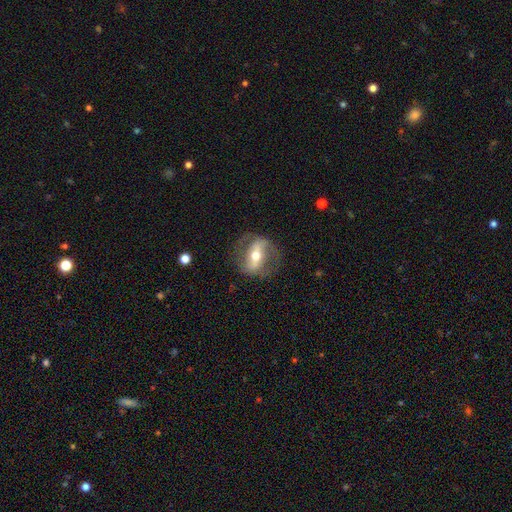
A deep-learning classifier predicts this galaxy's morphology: This is likely a featured or disk galaxy (72%). It is clearly not viewed edge-on (85%). Bar: possibly strong (59%). Spiral arm pattern: likely yes (64%). Central bulge: likely moderate (70%). Merging: likely none (71%).